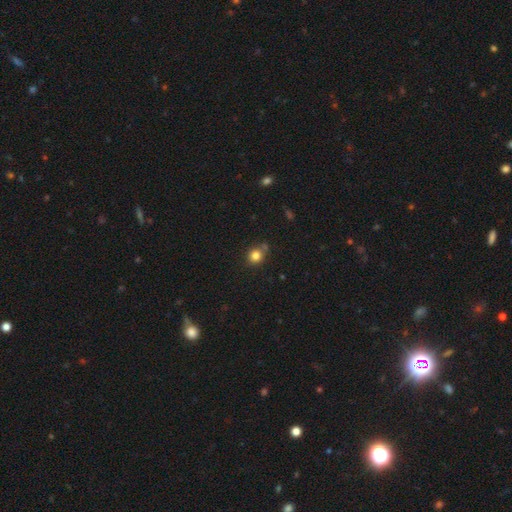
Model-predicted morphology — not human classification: This is clearly a smooth galaxy (82%). How rounded: clearly round (82%). Merging: likely none (73%).